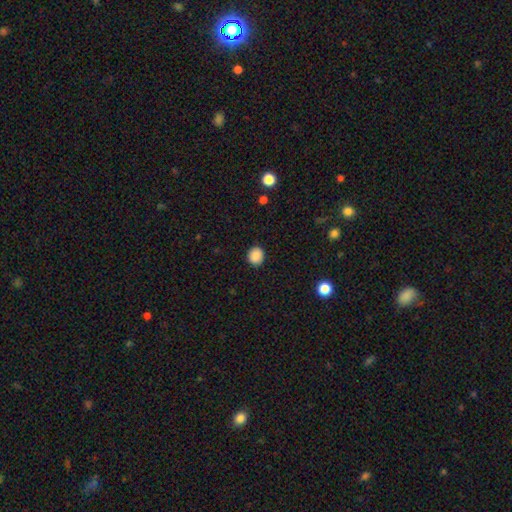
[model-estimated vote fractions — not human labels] A smooth galaxy with no disk features (88%) that is round (78%).

Vote fractions:
- Smooth or featured? smooth: 88% / star or artifact: 9% / featured or disk: 3%
- How rounded? round: 78% / in between: 21% / cigar-shaped: 1%
- Merging? none: 89% / minor disturbance: 7% / major disturbance: 2% / merger: 1%